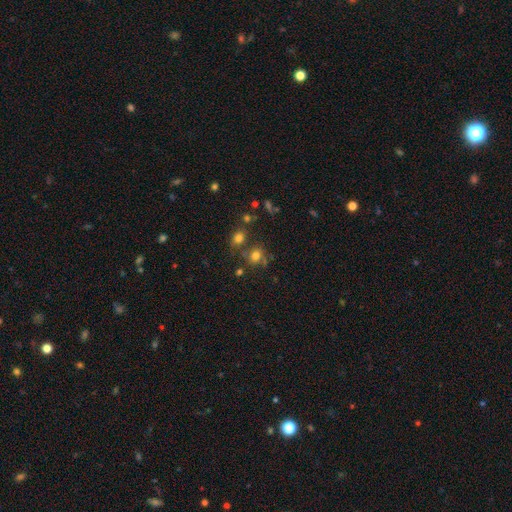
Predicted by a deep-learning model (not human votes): Smooth or featured? Predicted: smooth (p=0.68). How rounded? Predicted: round (p=0.69). Merging? Predicted: none (p=0.59).